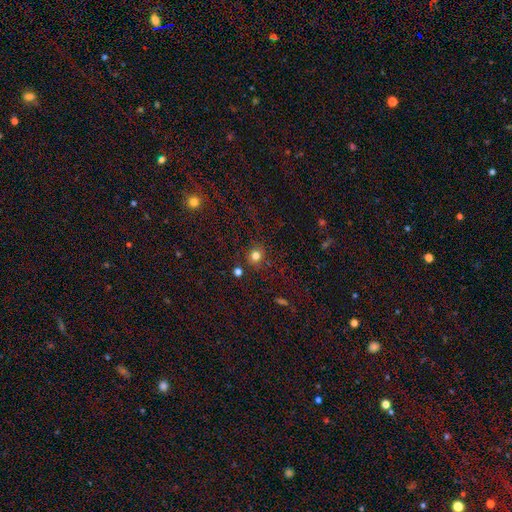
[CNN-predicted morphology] Smooth or featured? smooth (77%)
How rounded? round (88%)
Merging? none (82%)